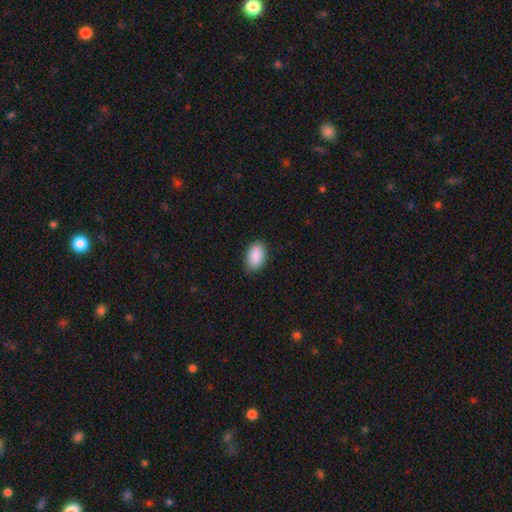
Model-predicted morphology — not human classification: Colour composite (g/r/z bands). It shows a smooth galaxy with no disk features (90%) that is in between round and cigar-shaped (93%). Merging: none (85%).